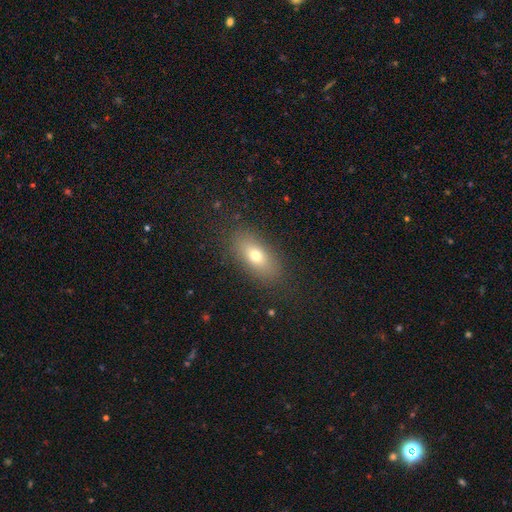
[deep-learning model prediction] Smooth or featured? Predicted: smooth (p=0.71). How rounded? Predicted: in between (p=0.80). Merging? Predicted: none (p=0.85).